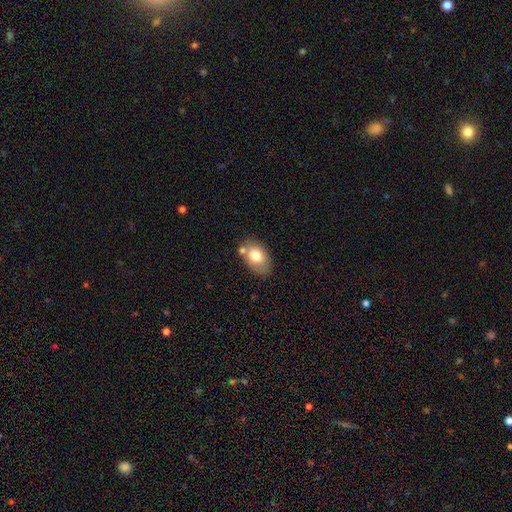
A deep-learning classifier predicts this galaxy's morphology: Smooth or featured? Predicted: smooth (p=0.75). How rounded? Predicted: in between (p=0.85). Merging? Predicted: none (p=0.62).